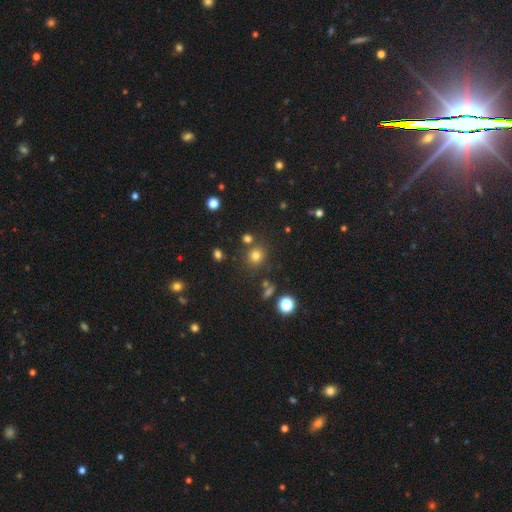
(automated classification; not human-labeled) Overall: smooth (75%). How rounded: round (87%). Merging: none (79%).